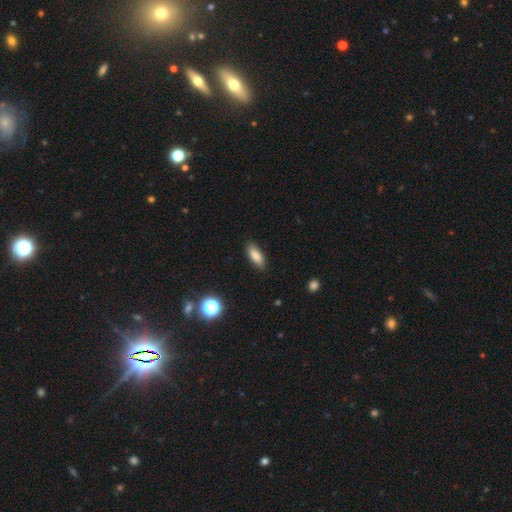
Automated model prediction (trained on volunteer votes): The model was most divided on "how rounded": in between: 72%, cigar-shaped: 25%, round: 3%. More confident: merging — none (87%); smooth or featured — smooth (85%).